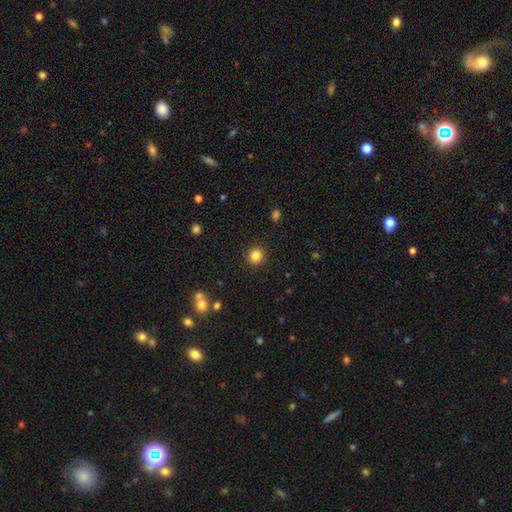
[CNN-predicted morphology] smooth-or-featured: smooth: 84% | star or artifact: 12% | featured or disk: 5%
  how-rounded: round: 94% | in between: 5% | cigar-shaped: 1%
  merging: none: 91% | minor disturbance: 6% | major disturbance: 2% | merger: 1%